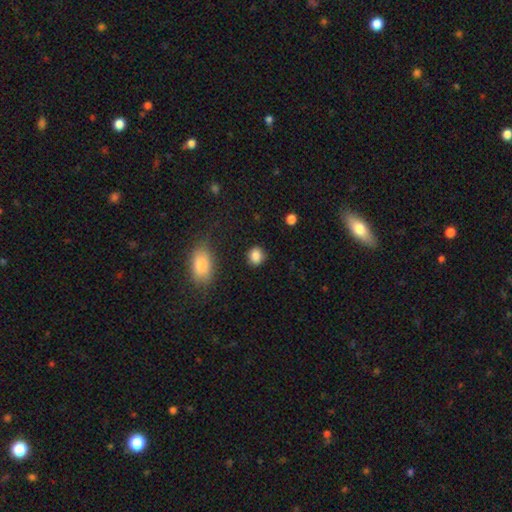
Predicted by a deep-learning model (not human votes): Smooth or featured? Predicted: smooth (p=0.87). How rounded? Predicted: round (p=0.70). Merging? Predicted: none (p=0.86).